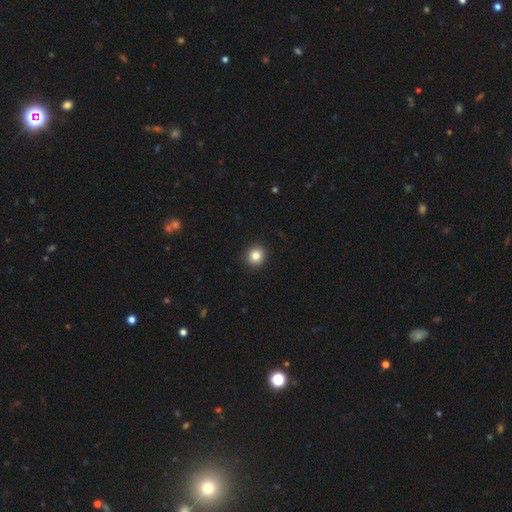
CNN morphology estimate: This is clearly a smooth galaxy (84%). How rounded: clearly round (90%). Merging: clearly none (92%).